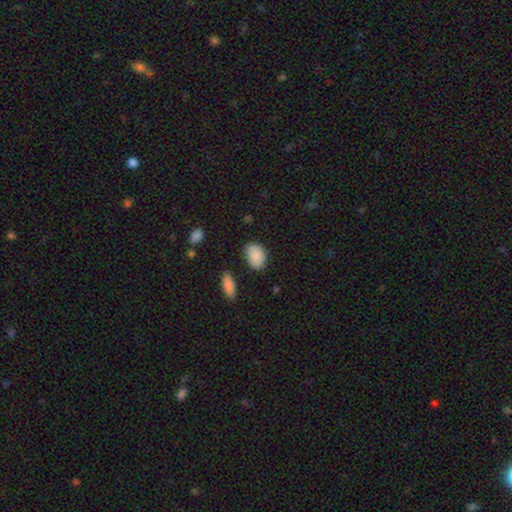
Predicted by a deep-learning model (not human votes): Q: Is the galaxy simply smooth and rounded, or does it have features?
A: smooth — 88%.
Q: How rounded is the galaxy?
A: in between — 84%.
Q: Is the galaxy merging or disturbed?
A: none — 75%.